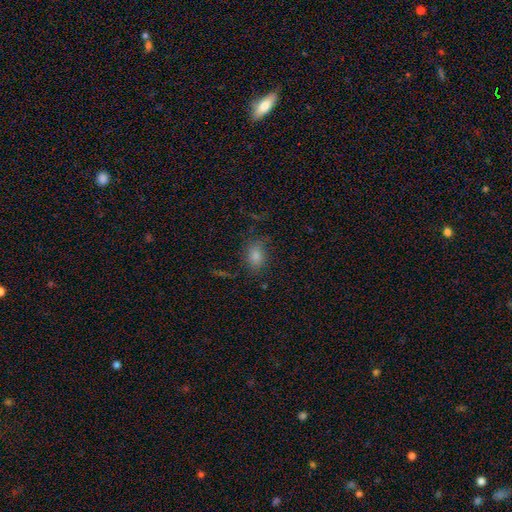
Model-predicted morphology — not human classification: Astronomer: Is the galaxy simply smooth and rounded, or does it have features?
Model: smooth — 75%.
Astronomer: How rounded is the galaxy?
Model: in between — 67%.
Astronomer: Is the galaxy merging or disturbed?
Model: none — 77%.